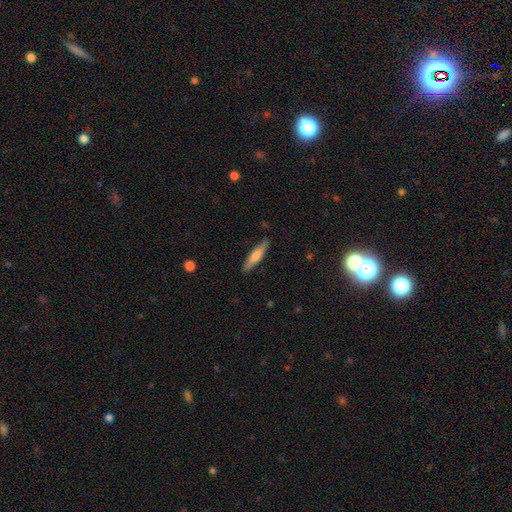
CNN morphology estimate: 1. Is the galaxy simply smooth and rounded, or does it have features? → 66% smooth, 29% featured or disk, 5% star or artifact.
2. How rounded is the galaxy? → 83% cigar-shaped, 15% in between, 1% round.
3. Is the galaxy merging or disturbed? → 88% none, 9% minor disturbance, 2% major disturbance, 1% merger.